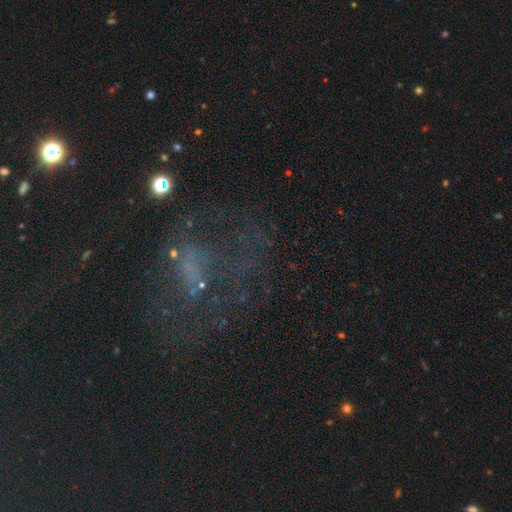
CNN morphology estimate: smooth_or_featured: star or artifact (p=0.44) [alt: featured or disk p=0.36]